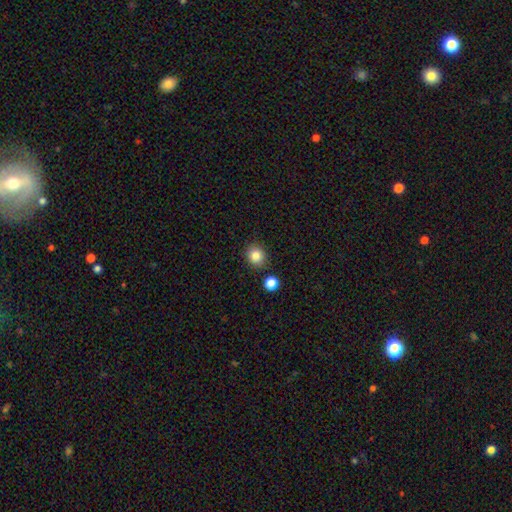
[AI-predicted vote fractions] The model was most divided on "how rounded": round: 84%, in between: 16%, cigar-shaped: 1%. More confident: merging — none (86%); smooth or featured — smooth (83%).